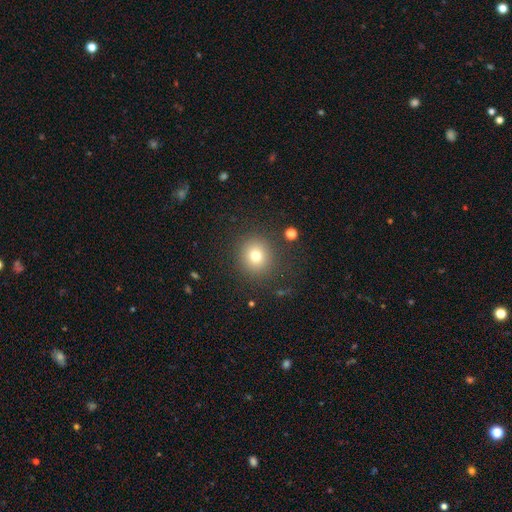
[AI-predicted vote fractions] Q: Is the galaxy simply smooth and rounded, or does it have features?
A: smooth — 75%.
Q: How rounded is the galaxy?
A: round — 90%.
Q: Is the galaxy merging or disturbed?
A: none — 87%.